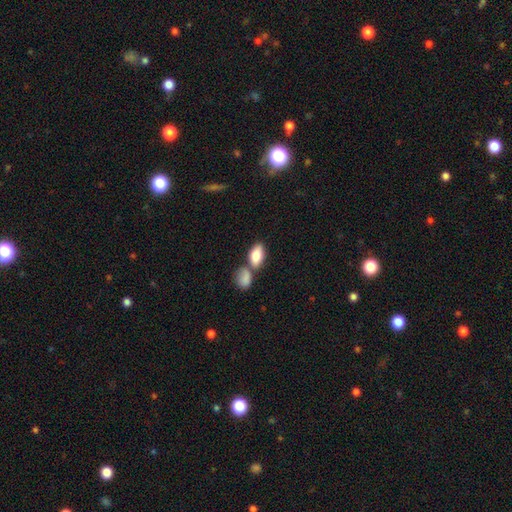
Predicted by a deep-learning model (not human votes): Smooth or featured?
  - smooth: 83% *
  - featured or disk: 11%
  - star or artifact: 6%
How rounded?
  - in between: 91% *
  - round: 6%
  - cigar-shaped: 4%
Merging?
  - none: 46% *
  - merger: 37%
  - minor disturbance: 13%
  - major disturbance: 5%